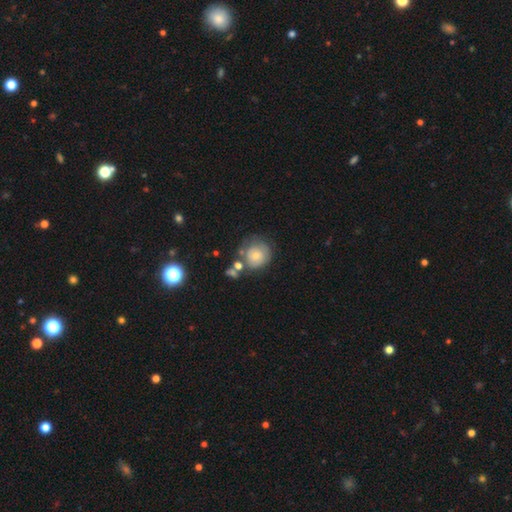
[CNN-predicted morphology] This is likely a smooth galaxy (64%). How rounded: clearly round (82%). Merging: possibly none (53%).